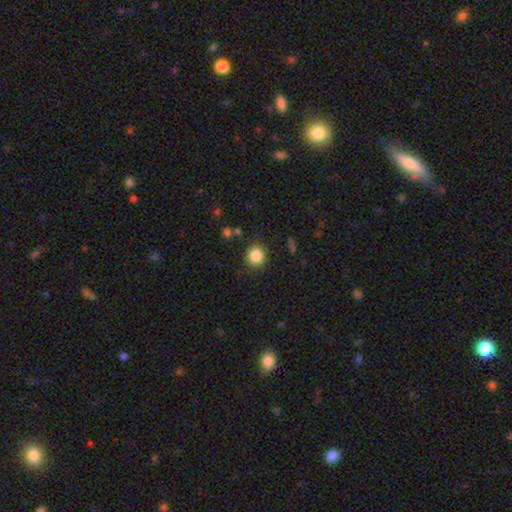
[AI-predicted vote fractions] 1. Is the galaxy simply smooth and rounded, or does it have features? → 85% smooth, 10% star or artifact, 5% featured or disk.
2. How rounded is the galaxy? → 84% round, 15% in between, 1% cigar-shaped.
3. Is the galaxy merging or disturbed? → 86% none, 9% minor disturbance, 3% major disturbance, 2% merger.